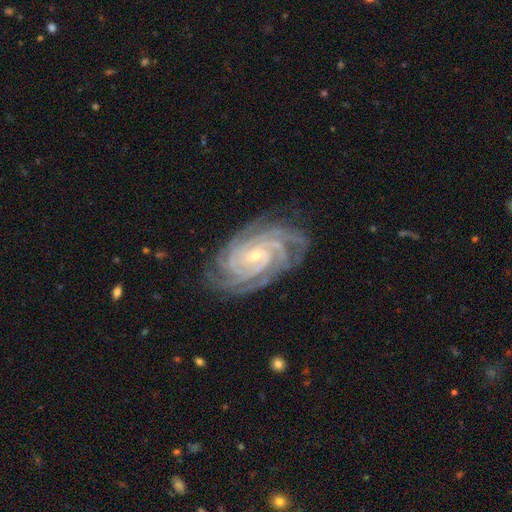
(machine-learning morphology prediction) Smooth or featured?
  - featured or disk: 93% *
  - star or artifact: 5%
  - smooth: 3%
Edge-on disk?
  - no: 97% *
  - yes: 3%
Bar?
  - no: 52% *
  - weak: 33%
  - strong: 16%
Spiral arms?
  - yes: 99% *
  - no: 1%
Spiral winding?
  - tight: 82% *
  - medium: 16%
  - loose: 2%
Spiral arm count?
  - 4: 39% *
  - more than 4: 20%
  - 3: 16%
  - can't tell: 10%
  - 2: 8%
  - 1: 7%
Bulge size?
  - small: 78% *
  - moderate: 19%
  - none: 1%
  - large: 1%
  - dominant: 1%
Merging?
  - none: 81% *
  - minor disturbance: 14%
  - major disturbance: 4%
  - merger: 1%